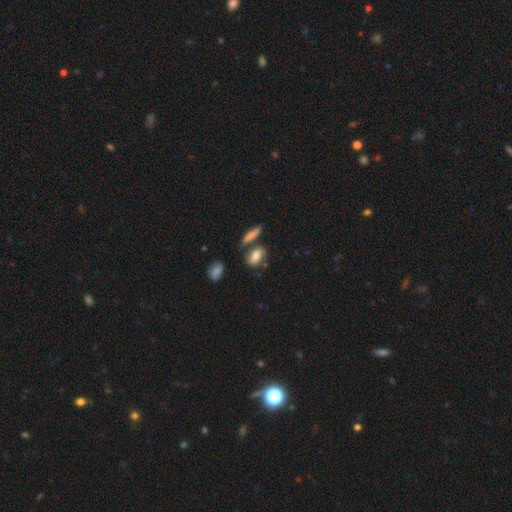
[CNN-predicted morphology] smooth_or_featured: smooth (p=0.76) [alt: featured or disk p=0.15]
how_rounded: in between (p=0.78) [alt: cigar-shaped p=0.11]
merging: none (p=0.60) [alt: merger p=0.18]